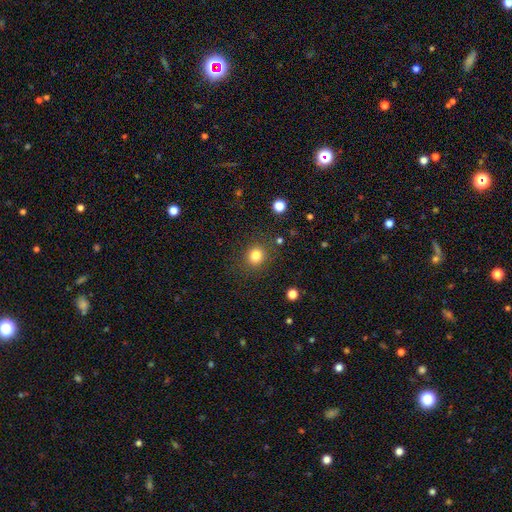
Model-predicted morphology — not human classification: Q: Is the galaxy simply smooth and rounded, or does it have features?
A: smooth — 81%.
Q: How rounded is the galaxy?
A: round — 84%.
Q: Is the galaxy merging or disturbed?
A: none — 86%.